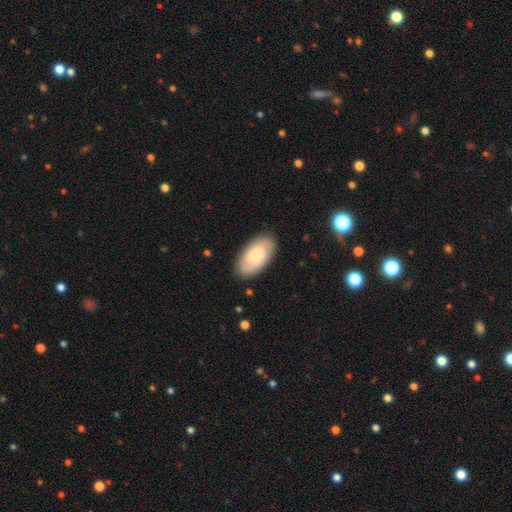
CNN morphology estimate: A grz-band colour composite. It shows a smooth galaxy with no disk features (67%) that is in between round and cigar-shaped (95%). Merging: none (84%).